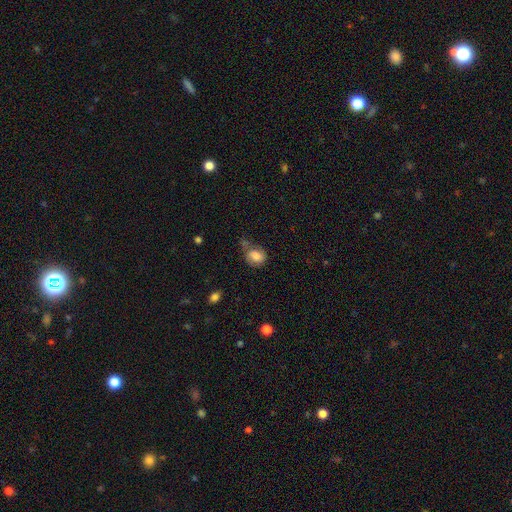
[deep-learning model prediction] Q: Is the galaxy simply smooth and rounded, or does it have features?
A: smooth — 74%.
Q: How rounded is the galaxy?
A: in between — 50%.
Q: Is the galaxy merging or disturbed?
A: none — 43%.